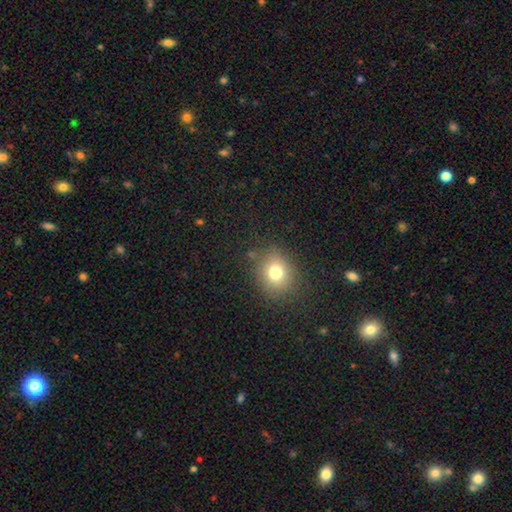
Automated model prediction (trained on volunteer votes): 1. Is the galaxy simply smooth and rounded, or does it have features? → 72% smooth, 19% star or artifact, 8% featured or disk.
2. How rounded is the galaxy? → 71% round, 28% in between, 1% cigar-shaped.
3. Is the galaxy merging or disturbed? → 88% none, 8% minor disturbance, 2% major disturbance, 2% merger.